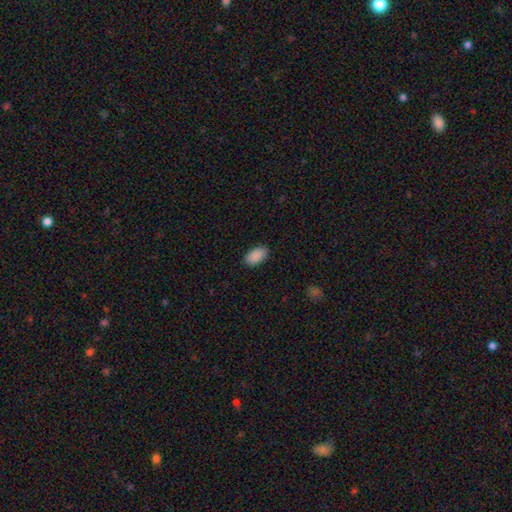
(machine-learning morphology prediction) This appears to be a smooth galaxy with no disk features (90%) that is in between round and cigar-shaped (95%). Merging: none (88%).